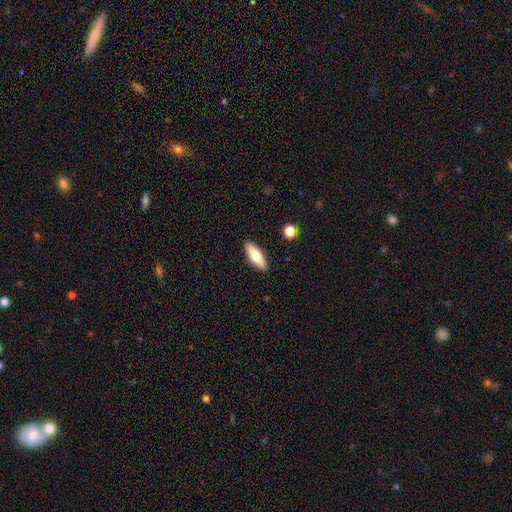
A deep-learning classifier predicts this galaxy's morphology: Q: Smooth or featured?
A: smooth (67%); runner-up: featured or disk (27%)
Q: How rounded?
A: in between (62%); runner-up: cigar-shaped (36%)
Q: Merging?
A: none (89%); runner-up: minor disturbance (8%)